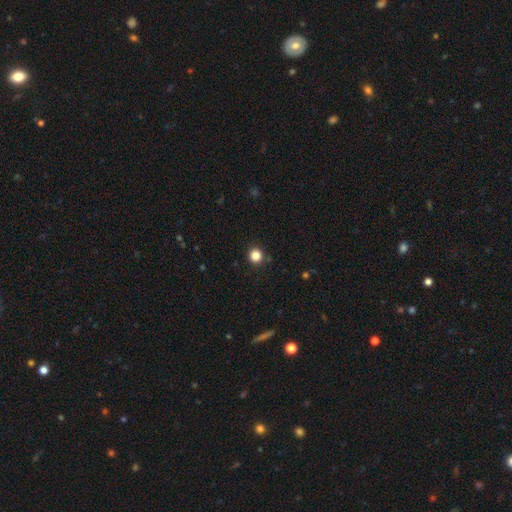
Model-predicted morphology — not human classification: smooth_or_featured: smooth (p=0.85) [alt: star or artifact p=0.12]
how_rounded: round (p=0.94) [alt: in between p=0.05]
merging: none (p=0.92) [alt: minor disturbance p=0.05]